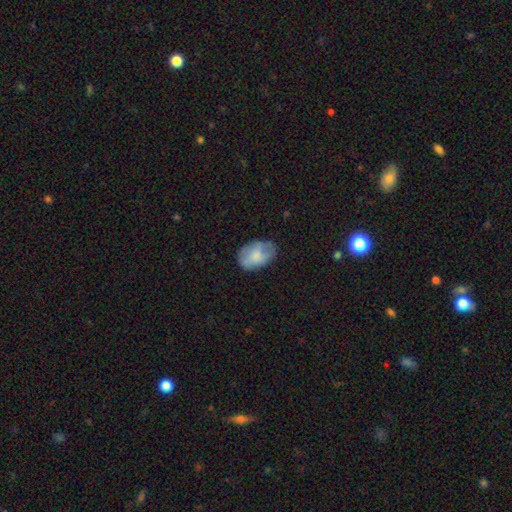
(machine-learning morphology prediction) Smooth or featured: smooth — 69% (featured or disk — 24%)
How rounded: in between — 86% (round — 12%)
Merging: none — 66% (minor disturbance — 24%)